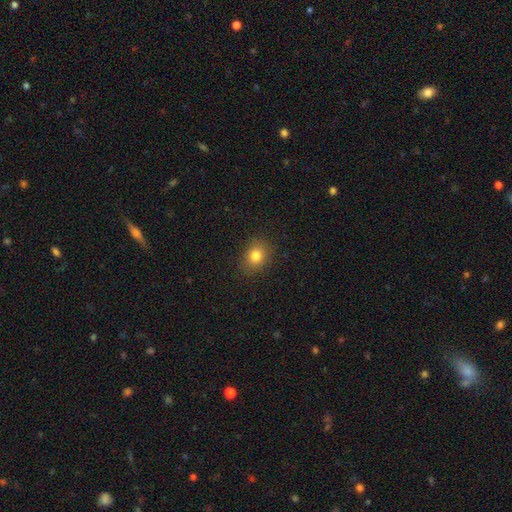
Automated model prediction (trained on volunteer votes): This is clearly a smooth galaxy (81%). How rounded: possibly round (56%). Merging: clearly none (86%).